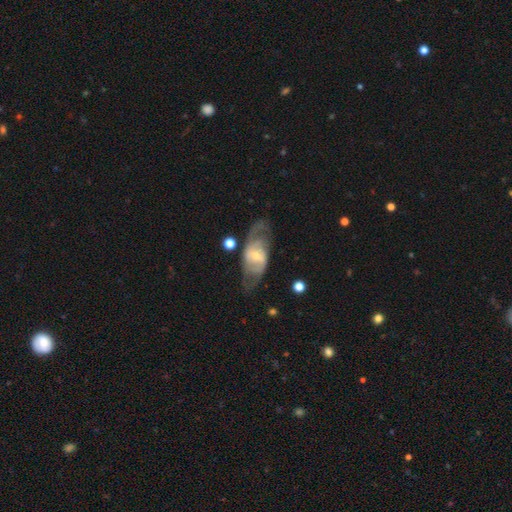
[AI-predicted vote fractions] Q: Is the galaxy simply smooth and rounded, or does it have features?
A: featured or disk — 72%.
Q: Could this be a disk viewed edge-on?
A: no — 89%.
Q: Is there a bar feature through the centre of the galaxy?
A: weak — 46%.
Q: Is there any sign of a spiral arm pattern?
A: yes — 74%.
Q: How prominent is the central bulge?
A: small — 52%.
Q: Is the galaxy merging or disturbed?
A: none — 58%.